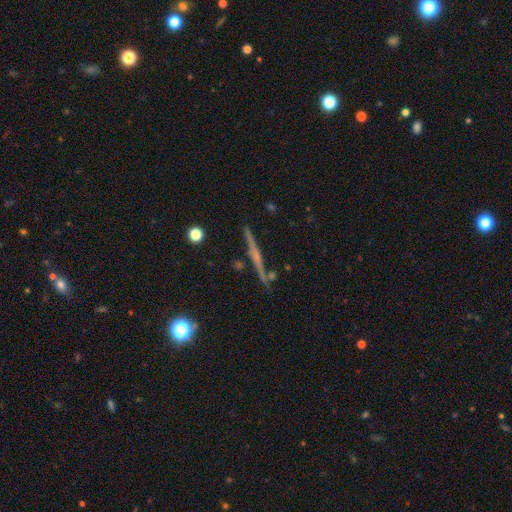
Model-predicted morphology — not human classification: Smooth or featured? Predicted: featured or disk (p=0.71). Edge-on disk? Predicted: yes (p=0.97). Edge-on bulge? Predicted: rounded (p=0.45, tied with none). Merging? Predicted: none (p=0.86).